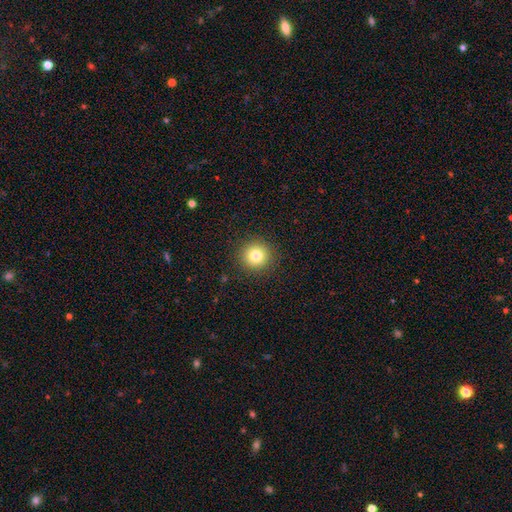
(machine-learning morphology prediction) This appears to be a smooth galaxy with no disk features (80%) that is round (94%). Merging: none (91%).